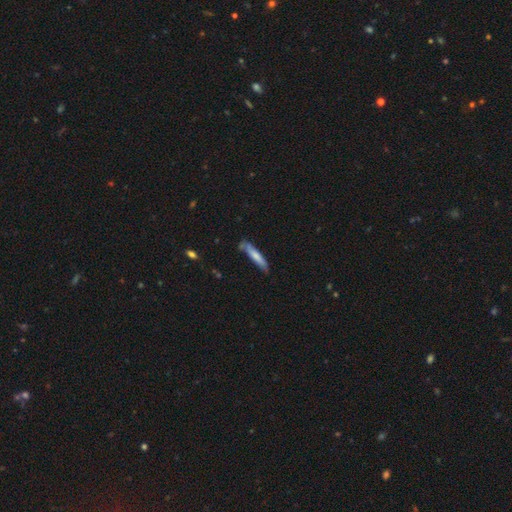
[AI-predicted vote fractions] Q: Smooth or featured?
A: smooth (67%); runner-up: featured or disk (27%)
Q: How rounded?
A: cigar-shaped (89%); runner-up: in between (10%)
Q: Merging?
A: none (68%); runner-up: minor disturbance (22%)